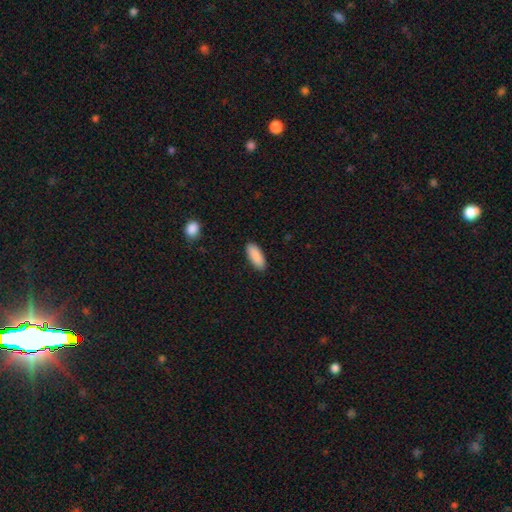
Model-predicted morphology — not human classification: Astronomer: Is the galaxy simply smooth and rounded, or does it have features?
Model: smooth — 90%.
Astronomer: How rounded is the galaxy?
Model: in between — 78%.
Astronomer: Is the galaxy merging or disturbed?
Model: none — 89%.